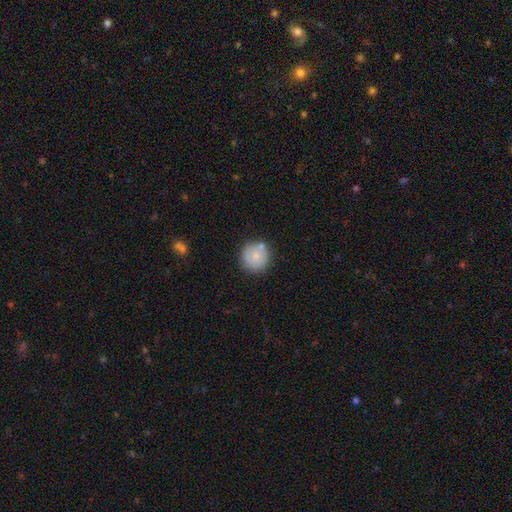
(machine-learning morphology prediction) Smooth or featured: smooth — 75% (featured or disk — 17%)
How rounded: round — 93% (in between — 6%)
Merging: none — 72% (minor disturbance — 13%)